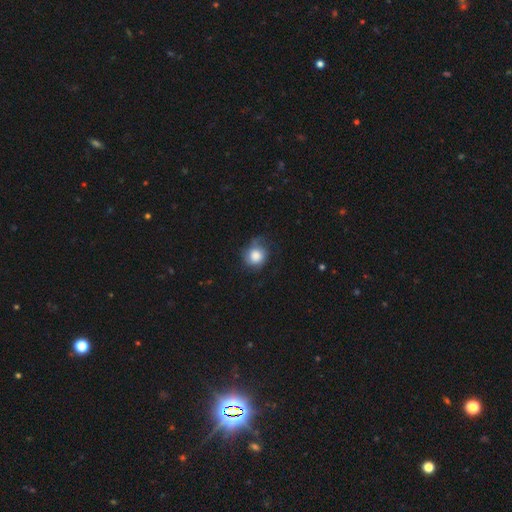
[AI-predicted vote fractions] Q: Smooth or featured?
A: smooth (73%); runner-up: featured or disk (18%)
Q: How rounded?
A: round (80%); runner-up: in between (19%)
Q: Merging?
A: none (56%); runner-up: minor disturbance (29%)